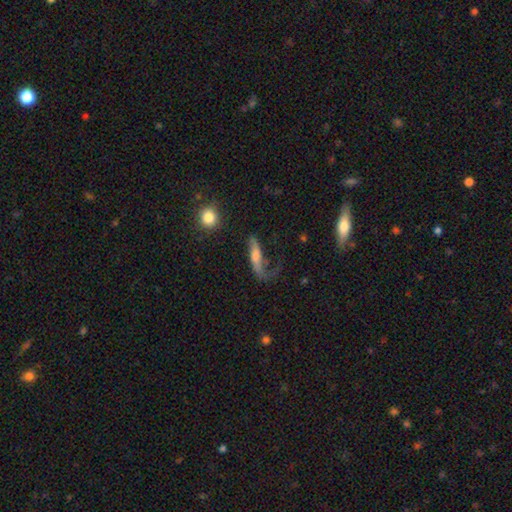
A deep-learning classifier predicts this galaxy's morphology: This appears to be a featured or disk galaxy (53%). Merging: major disturbance (44%).